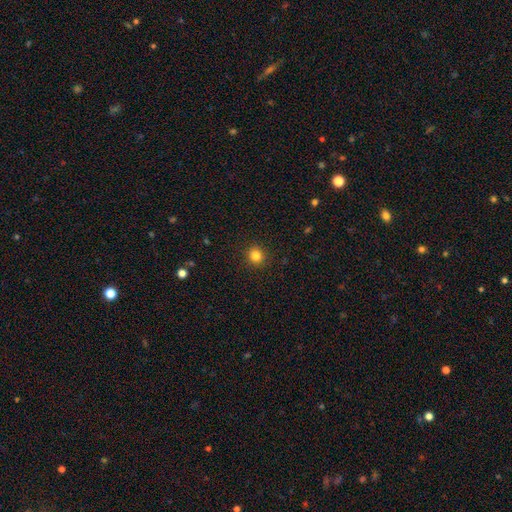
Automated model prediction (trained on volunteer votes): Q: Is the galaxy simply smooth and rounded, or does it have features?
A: smooth — 83%.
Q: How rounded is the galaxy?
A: round — 93%.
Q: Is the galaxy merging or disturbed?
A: none — 92%.